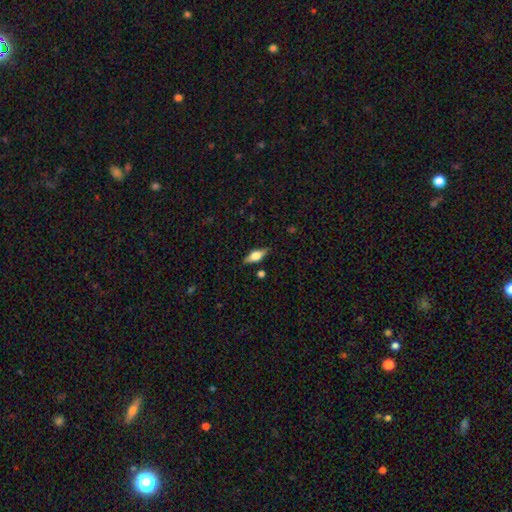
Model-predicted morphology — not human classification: type=smooth (48%); merging=none (84%).